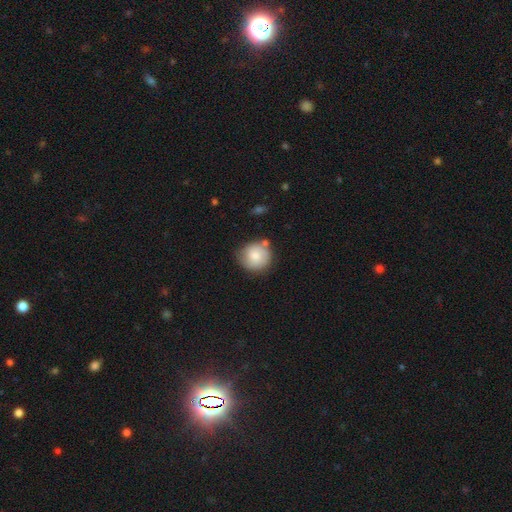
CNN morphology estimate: A smooth galaxy with no disk features (75%) that is round (89%). Merging: none (67%).